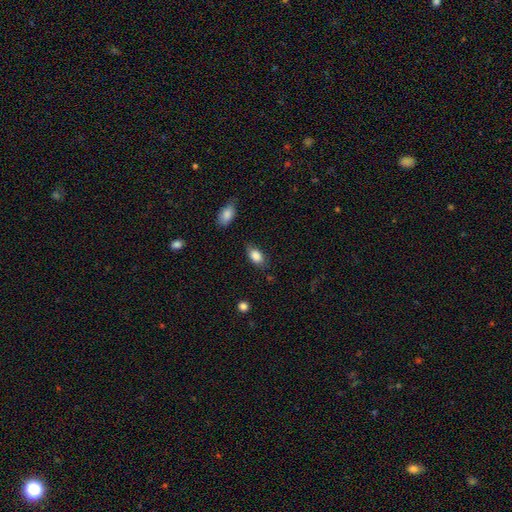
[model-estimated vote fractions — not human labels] Morphology: type=smooth (86%); roundness=in between (89%); merging=none (74%).